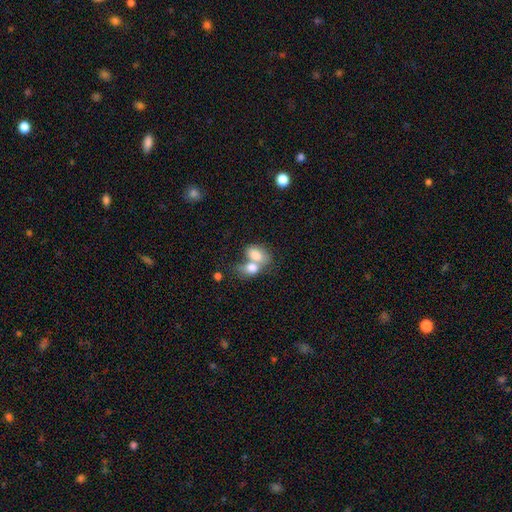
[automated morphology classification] The model was most divided on "merging": merger: 69%, none: 18%, minor disturbance: 7%, major disturbance: 6%. More confident: how rounded — in between (83%); smooth or featured — smooth (77%).